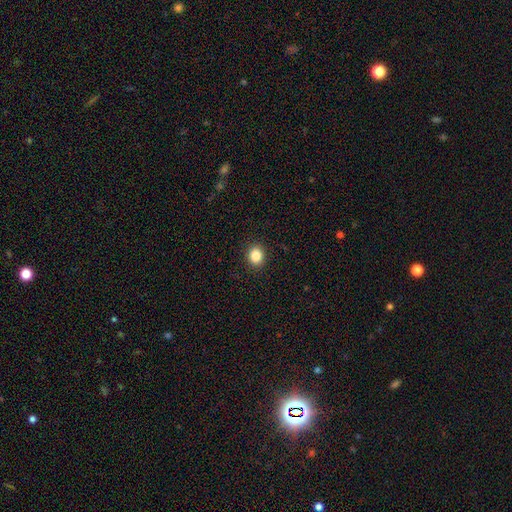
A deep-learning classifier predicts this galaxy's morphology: smooth 86%, star or artifact 10%, featured or disk 4%. Down the decision tree: how rounded — round (64%); merging — none (91%).